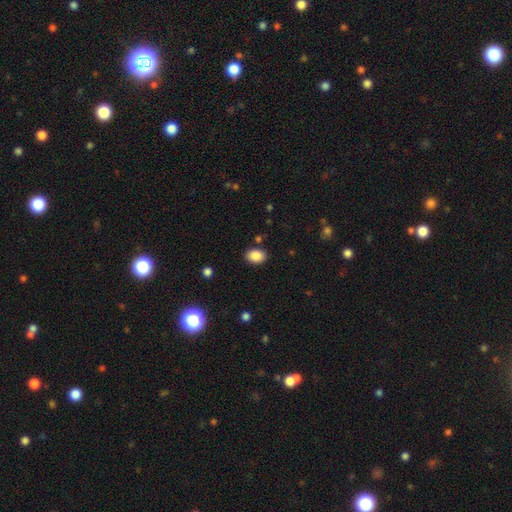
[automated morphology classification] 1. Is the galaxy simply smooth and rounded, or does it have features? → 88% smooth, 9% star or artifact, 4% featured or disk.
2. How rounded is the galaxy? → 75% in between, 24% round, 1% cigar-shaped.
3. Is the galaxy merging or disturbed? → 86% none, 9% minor disturbance, 3% major disturbance, 2% merger.